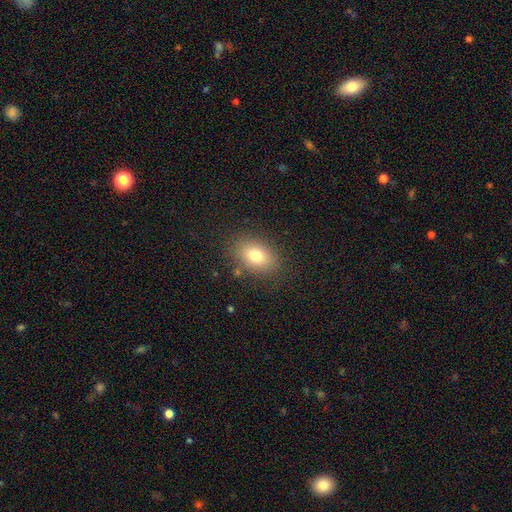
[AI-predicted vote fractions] Q: Smooth or featured?
A: smooth (76%); runner-up: featured or disk (13%)
Q: How rounded?
A: in between (76%); runner-up: round (23%)
Q: Merging?
A: none (84%); runner-up: minor disturbance (11%)